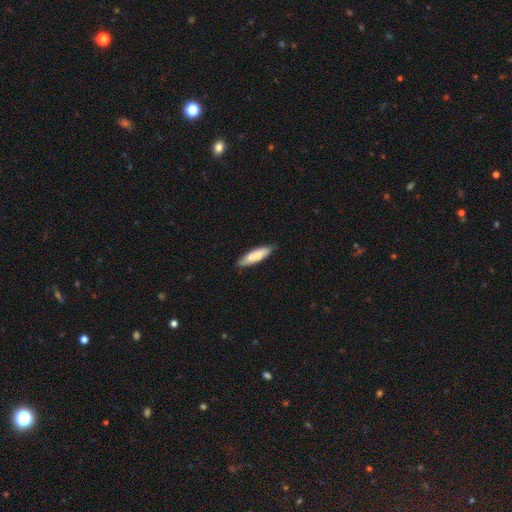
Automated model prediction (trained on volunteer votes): A smooth galaxy with no disk features (82%) that is cigar-shaped (65%). Merging: none (84%).